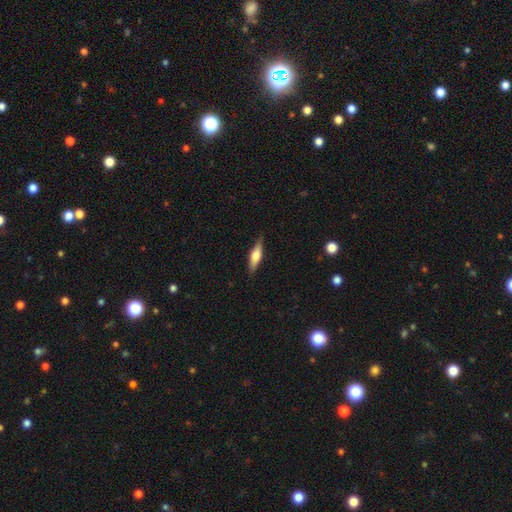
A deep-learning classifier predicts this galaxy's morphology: Q: Smooth or featured?
A: smooth (50%); runner-up: featured or disk (43%)
Q: How rounded?
A: cigar-shaped (62%); runner-up: in between (35%)
Q: Merging?
A: none (85%); runner-up: minor disturbance (11%)